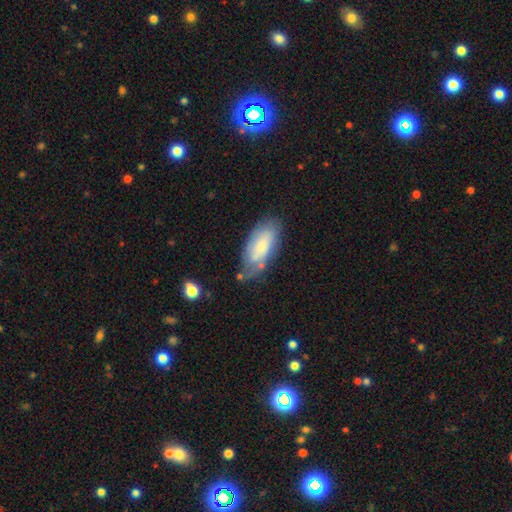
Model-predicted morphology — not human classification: This is likely a smooth galaxy (65%). How rounded: clearly in between (90%). Merging: possibly none (52%).